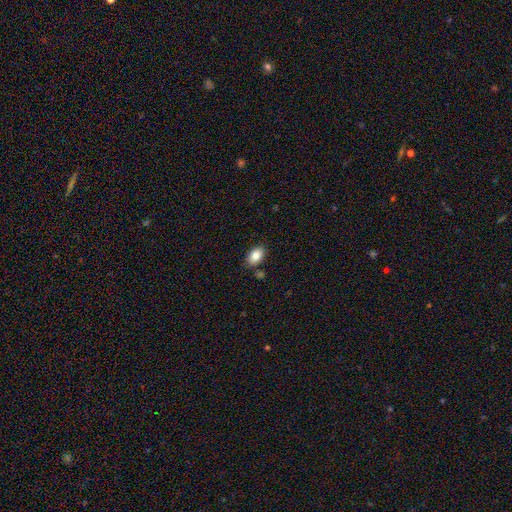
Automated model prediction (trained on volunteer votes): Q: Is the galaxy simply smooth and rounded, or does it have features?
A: smooth — 84%.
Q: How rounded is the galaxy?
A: in between — 90%.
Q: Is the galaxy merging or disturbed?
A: none — 81%.